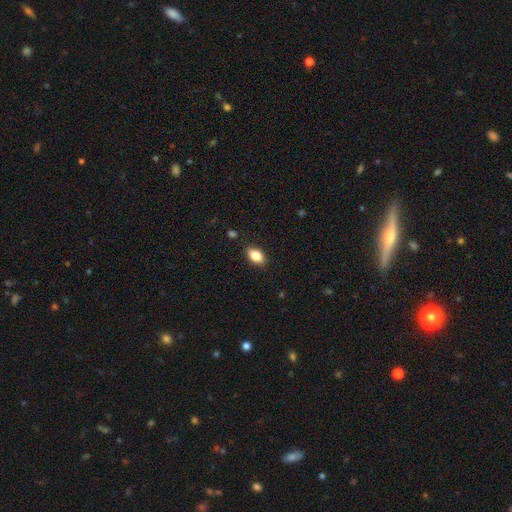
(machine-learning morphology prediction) This is clearly a smooth galaxy (84%). How rounded: clearly in between (89%). Merging: clearly none (88%).